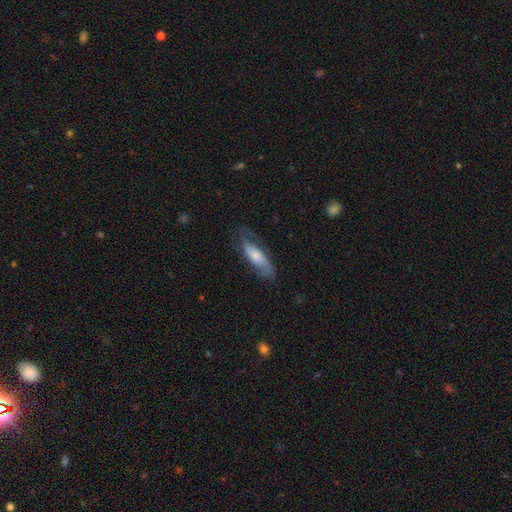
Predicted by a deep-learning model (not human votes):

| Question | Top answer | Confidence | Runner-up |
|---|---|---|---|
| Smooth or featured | smooth | 48% | featured or disk (46%) |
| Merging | none | 59% | minor disturbance (24%) |